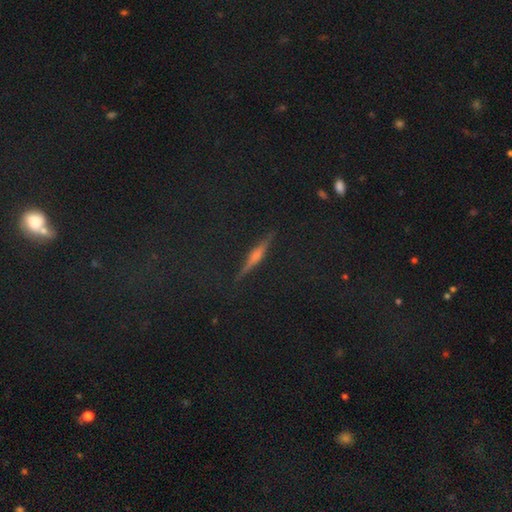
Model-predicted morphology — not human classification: A featured or disk galaxy (55%) viewed edge-on (93%) with a rounded central bulge (74%).

Vote fractions:
- Smooth or featured? featured or disk: 55% / star or artifact: 23% / smooth: 22%
- Edge-on disk? yes: 93% / no: 7%
- Edge-on bulge? rounded: 74% / none: 13% / boxy: 12%
- Merging? none: 89% / minor disturbance: 7% / major disturbance: 2% / merger: 2%